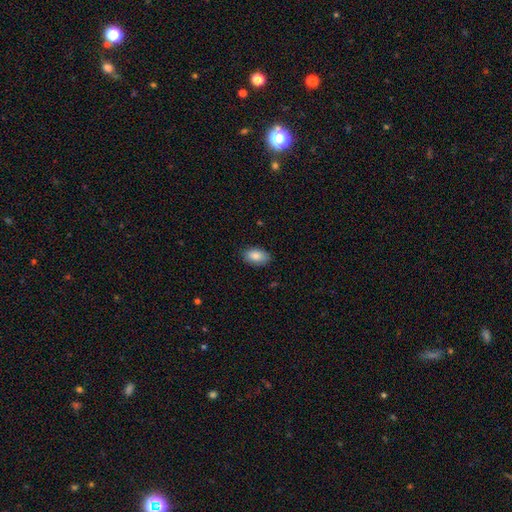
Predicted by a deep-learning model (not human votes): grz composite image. It shows a smooth galaxy with no disk features (87%) that is in between round and cigar-shaped (92%). Merging: none (84%).